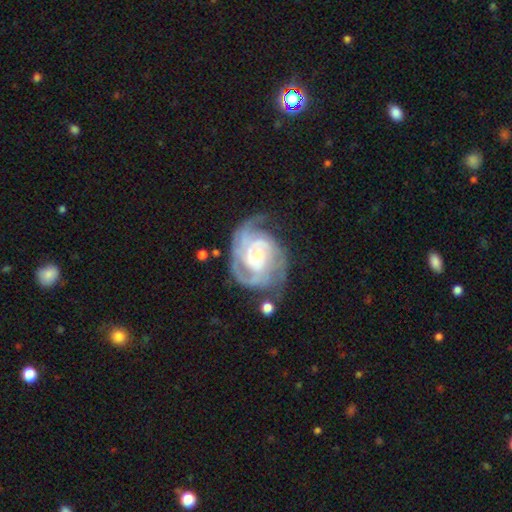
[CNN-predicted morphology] Smooth or featured: featured or disk — 88% (smooth — 7%)
Edge-on disk: no — 98% (yes — 2%)
Bar: no — 57% (weak — 34%)
Spiral arms: yes — 96% (no — 4%)
Spiral winding: tight — 58% (medium — 34%)
Spiral arm count: 2 — 33% (3 — 28%)
Bulge size: small — 42% (moderate — 29%)
Merging: none — 57% (minor disturbance — 22%)